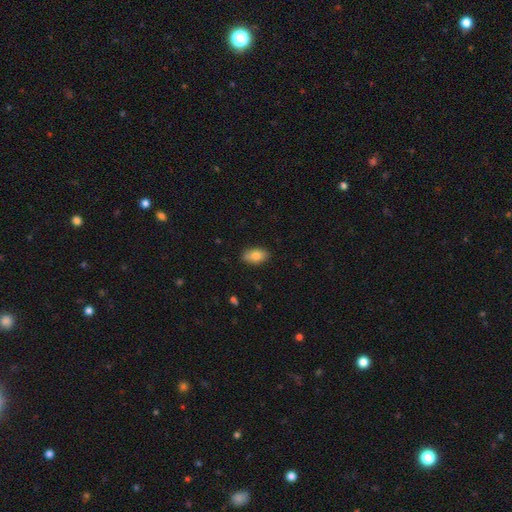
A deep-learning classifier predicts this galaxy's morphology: type=smooth (81%); roundness=in between (92%); merging=none (87%).